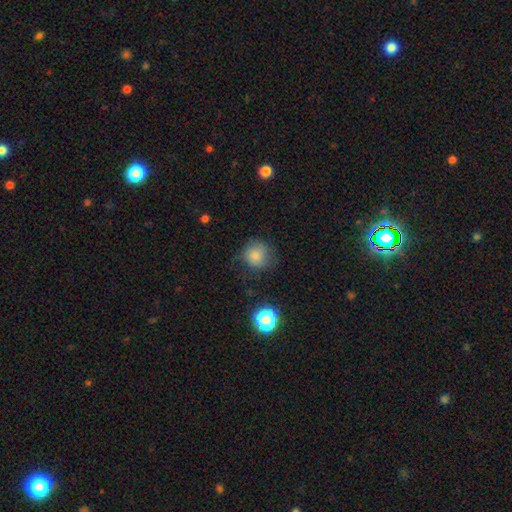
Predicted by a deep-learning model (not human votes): This is likely a smooth galaxy (80%). How rounded: clearly round (90%). Merging: likely none (69%).